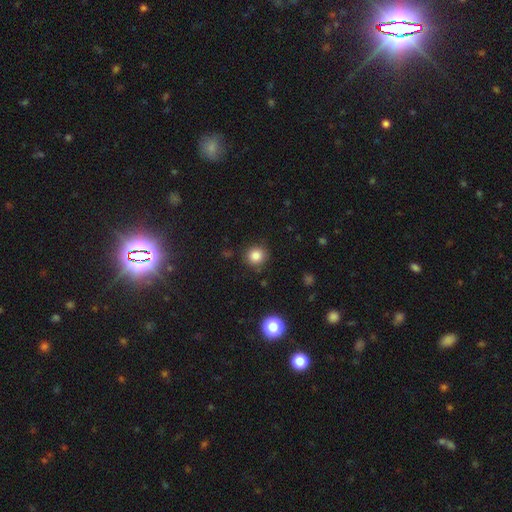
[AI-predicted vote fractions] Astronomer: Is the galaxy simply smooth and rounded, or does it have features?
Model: smooth — 84%.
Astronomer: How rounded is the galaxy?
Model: round — 91%.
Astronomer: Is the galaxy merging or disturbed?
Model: none — 87%.